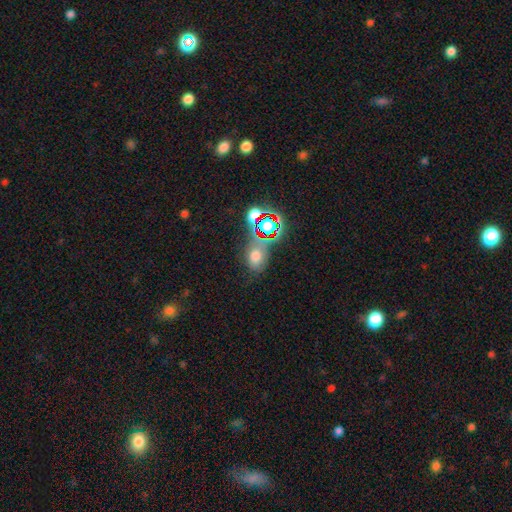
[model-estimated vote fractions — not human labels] Overall: smooth (61%; star or artifact 27%). How rounded: in between (70%). Merging: none (57%; minor disturbance 19%).